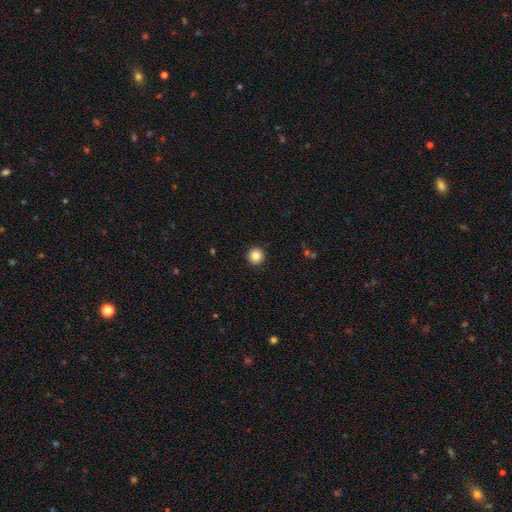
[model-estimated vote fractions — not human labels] Smooth or featured?
  - smooth: 84% *
  - star or artifact: 10%
  - featured or disk: 5%
How rounded?
  - round: 95% *
  - in between: 4%
  - cigar-shaped: 1%
Merging?
  - none: 93% *
  - minor disturbance: 4%
  - major disturbance: 1%
  - merger: 1%